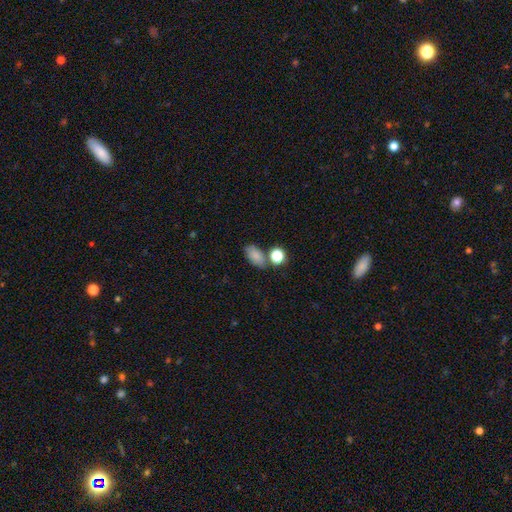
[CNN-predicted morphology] This appears to be a smooth galaxy with no disk features (81%) that is in between round and cigar-shaped (85%). Merging: none (64%).